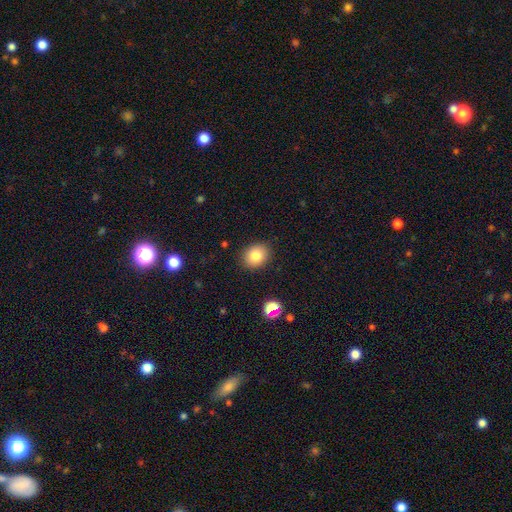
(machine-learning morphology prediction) Smooth or featured?
  - smooth: 83% *
  - star or artifact: 10%
  - featured or disk: 7%
How rounded?
  - round: 61% *
  - in between: 38%
  - cigar-shaped: 1%
Merging?
  - none: 88% *
  - minor disturbance: 8%
  - major disturbance: 2%
  - merger: 1%